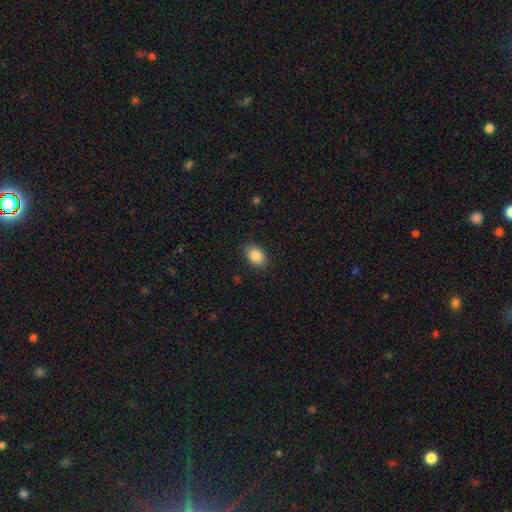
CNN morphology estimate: This is clearly a smooth galaxy (87%). How rounded: clearly in between (82%). Merging: clearly none (87%).